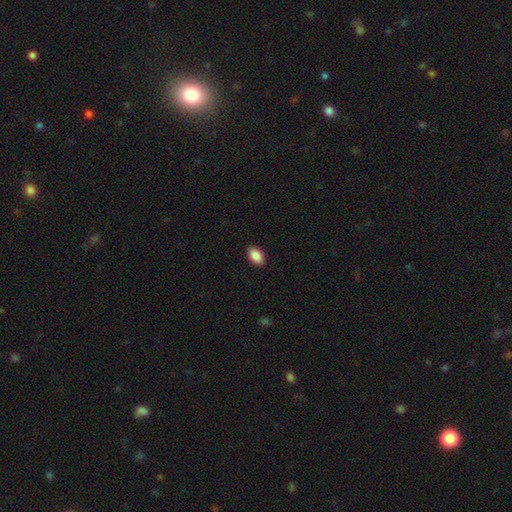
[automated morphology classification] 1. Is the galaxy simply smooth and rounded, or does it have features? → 90% smooth, 7% star or artifact, 3% featured or disk.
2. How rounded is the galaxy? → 90% in between, 8% round, 1% cigar-shaped.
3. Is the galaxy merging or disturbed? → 90% none, 7% minor disturbance, 2% major disturbance, 1% merger.